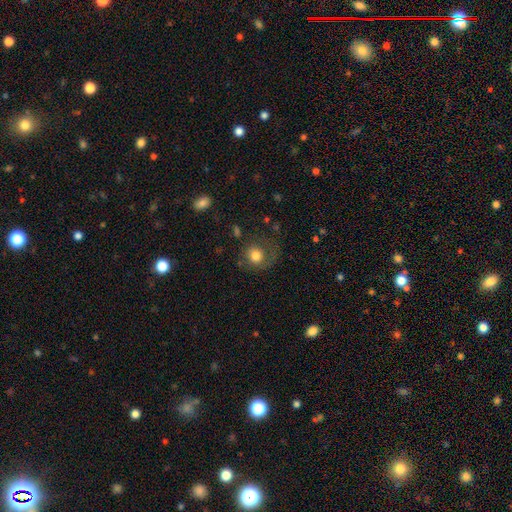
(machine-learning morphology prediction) A smooth galaxy with no disk features (74%) that is round (81%). Merging: none (54%).